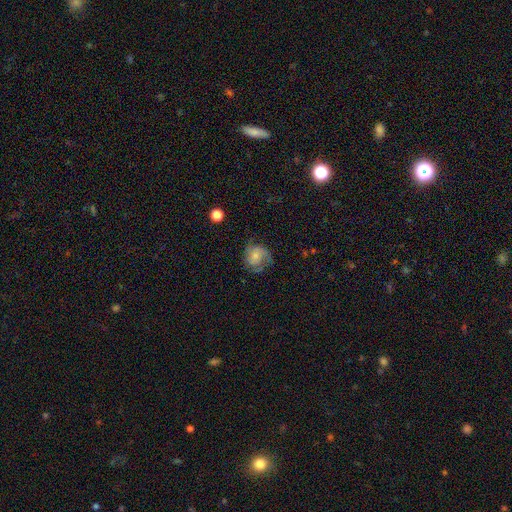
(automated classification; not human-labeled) Q: Smooth or featured?
A: featured or disk (54%); runner-up: smooth (38%)
Q: Edge-on disk?
A: no (97%); runner-up: yes (3%)
Q: Bar?
A: no (76%); runner-up: weak (21%)
Q: Spiral arms?
A: yes (85%); runner-up: no (15%)
Q: Bulge size?
A: small (53%); runner-up: moderate (36%)
Q: Merging?
A: none (55%); runner-up: minor disturbance (25%)